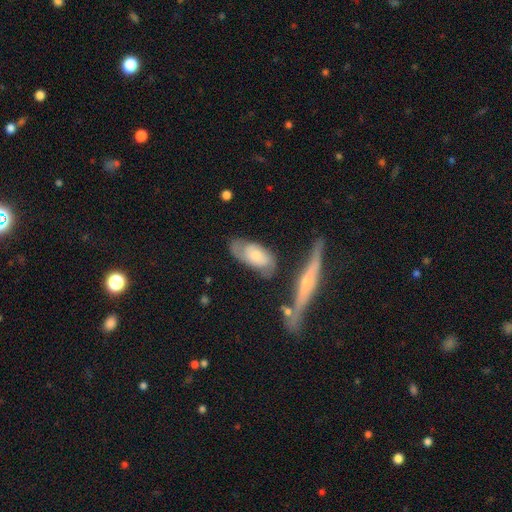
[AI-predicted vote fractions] smooth 47%, featured or disk 46%, star or artifact 6%. Down the decision tree: merging — none (55%).